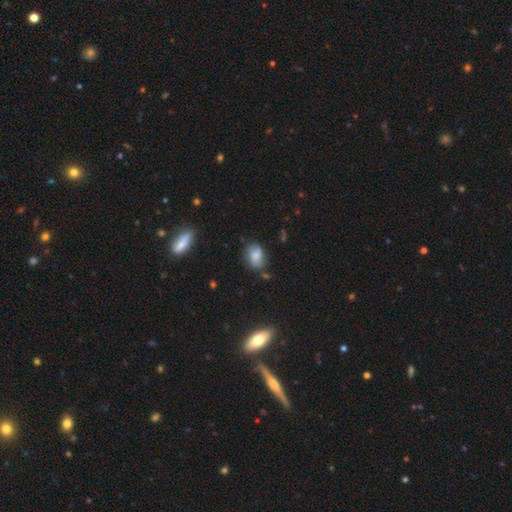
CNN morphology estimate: The model was most divided on "merging": none: 65%, minor disturbance: 25%, major disturbance: 6%, merger: 4%. More confident: how rounded — in between (76%); smooth or featured — smooth (75%).